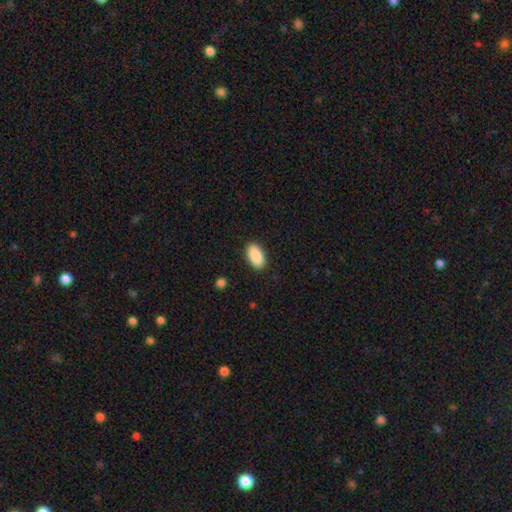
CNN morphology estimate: type=smooth (91%); roundness=in between (95%); merging=none (89%).